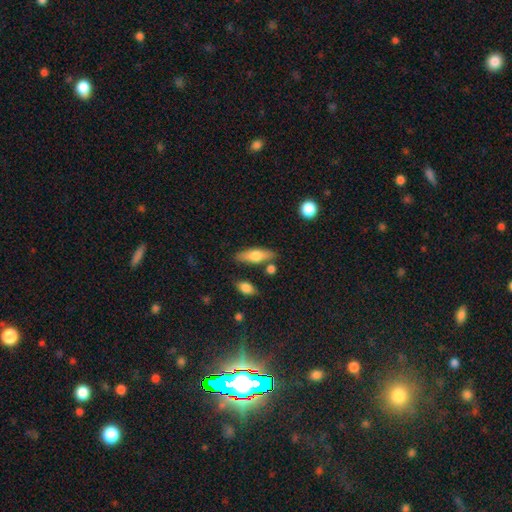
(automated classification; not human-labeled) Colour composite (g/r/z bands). It shows a smooth galaxy with no disk features (62%) that is in between round and cigar-shaped (55%). Merging: none (76%).